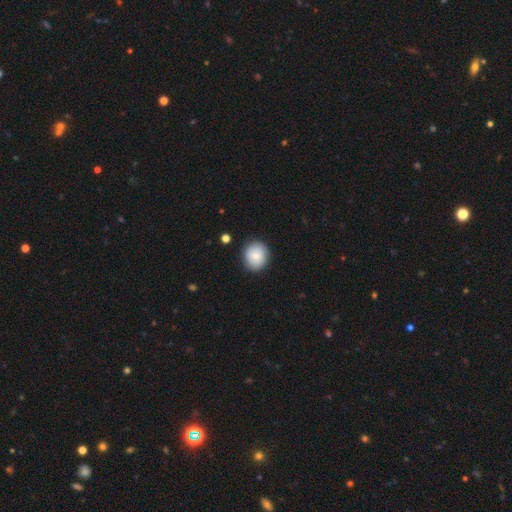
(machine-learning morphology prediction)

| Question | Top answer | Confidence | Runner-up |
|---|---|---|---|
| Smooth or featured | smooth | 80% | featured or disk (13%) |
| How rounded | round | 77% | in between (22%) |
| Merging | none | 87% | minor disturbance (9%) |